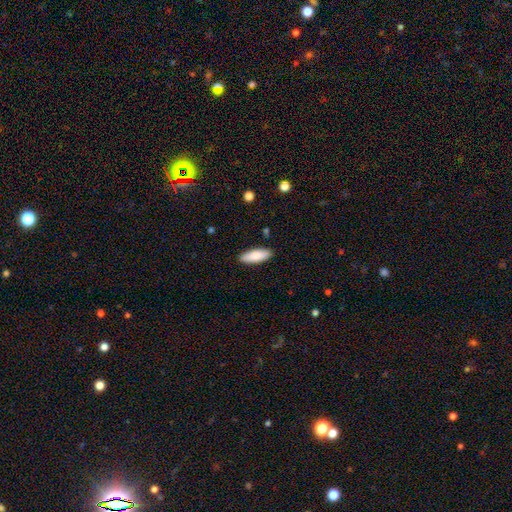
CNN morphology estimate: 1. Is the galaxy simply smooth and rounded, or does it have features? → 85% smooth, 10% featured or disk, 6% star or artifact.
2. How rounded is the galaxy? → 66% in between, 33% cigar-shaped, 2% round.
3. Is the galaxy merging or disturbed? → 89% none, 8% minor disturbance, 2% major disturbance, 1% merger.